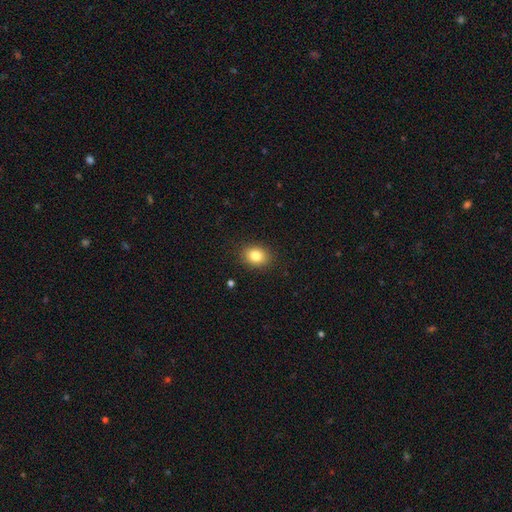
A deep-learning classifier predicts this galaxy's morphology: This appears to be a smooth galaxy with no disk features (83%) that is in between round and cigar-shaped (51%). Merging: none (89%).